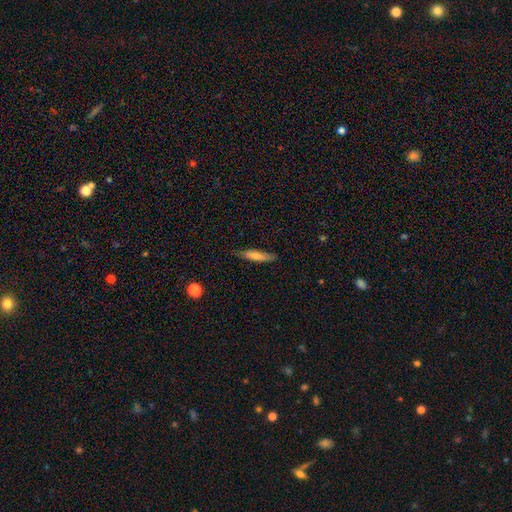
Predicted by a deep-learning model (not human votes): Smooth or featured: smooth — 59% (featured or disk — 33%)
How rounded: cigar-shaped — 85% (in between — 13%)
Merging: none — 85% (minor disturbance — 12%)